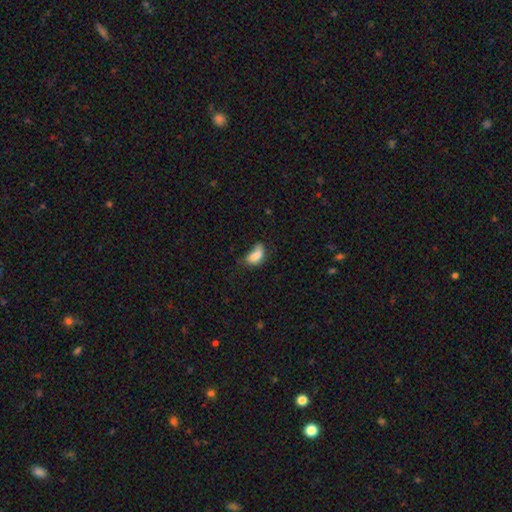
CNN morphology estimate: The model was most divided on "merging": minor disturbance: 37%, none: 30%, major disturbance: 25%, merger: 7%. More confident: how rounded — in between (90%); smooth or featured — smooth (80%).